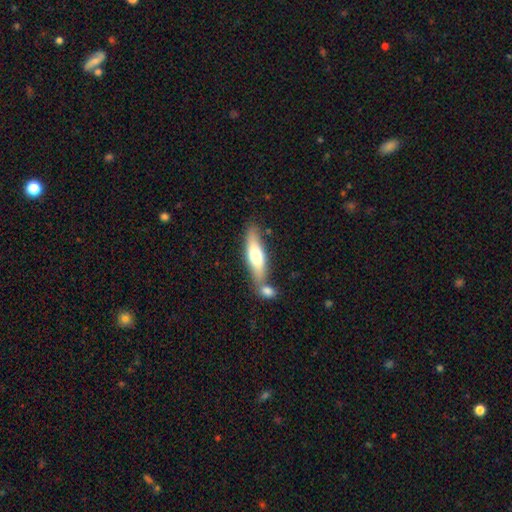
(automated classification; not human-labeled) Smooth or featured? smooth (57%)
How rounded? cigar-shaped (59%)
Merging? none (55%)